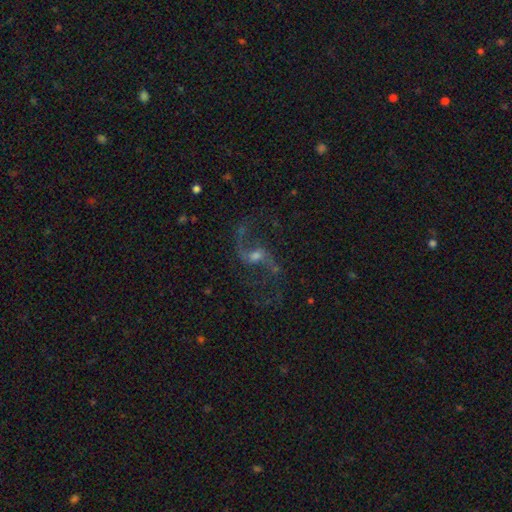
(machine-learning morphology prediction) A featured or disk galaxy (86%) with a weak bar (45%), 2 (93%) loose (80%) spiral arms (95%) and a moderate central bulge (49%).

Vote fractions:
- Smooth or featured? featured or disk: 86% / star or artifact: 8% / smooth: 5%
- Edge-on disk? no: 97% / yes: 3%
- Bar? weak: 45% / no: 35% / strong: 19%
- Spiral arms? yes: 95% / no: 5%
- Spiral winding? loose: 80% / medium: 17% / tight: 3%
- Spiral arm count? 2: 93% / 1: 2% / can't tell: 2% / 3: 1% / 4: 1% / more than 4: 1%
- Bulge size? moderate: 49% / small: 39% / large: 5% / none: 5% / dominant: 1%
- Merging? none: 71% / minor disturbance: 13% / major disturbance: 13% / merger: 3%